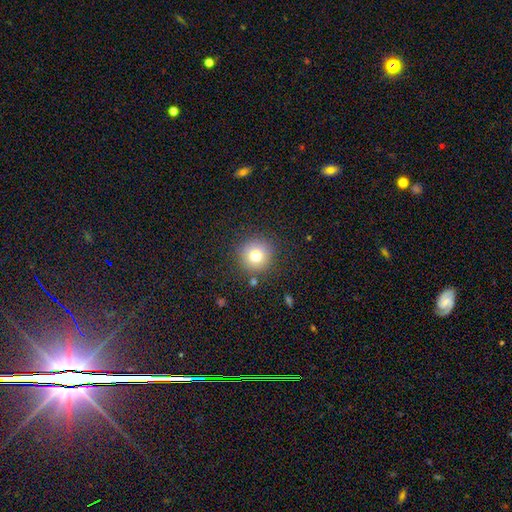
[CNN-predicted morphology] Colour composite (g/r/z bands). It shows a smooth galaxy with no disk features (75%) that is round (95%). Merging: none (87%).